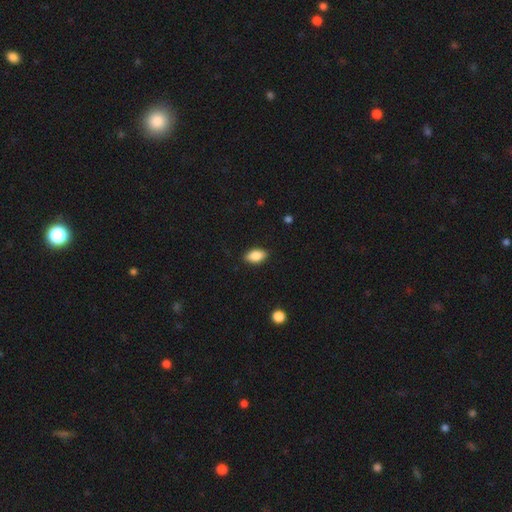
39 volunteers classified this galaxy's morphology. This appears to be a smooth galaxy with no disk features (90%) that is in between round and cigar-shaped (94%). Merging: none (94%).